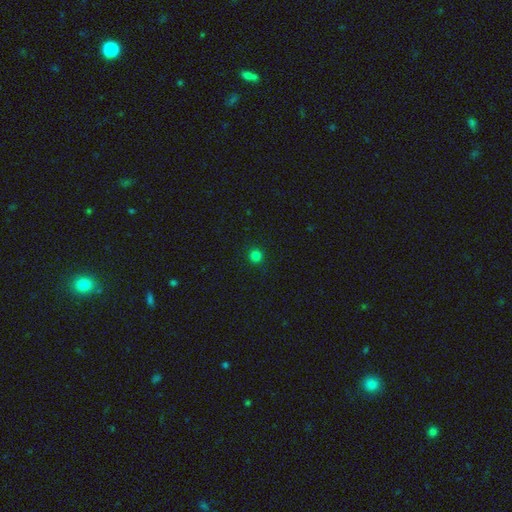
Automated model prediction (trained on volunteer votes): Smooth or featured? smooth (81%)
How rounded? round (95%)
Merging? none (92%)